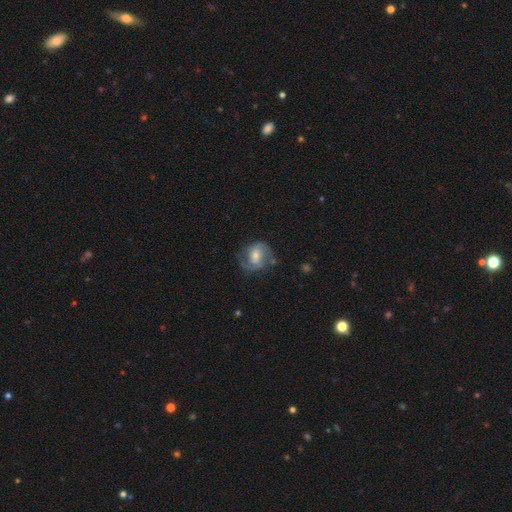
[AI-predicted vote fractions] featured or disk 71%, smooth 22%, star or artifact 6%. Down the decision tree: edge-on disk — no (97%); bar — weak (43%); spiral arms — yes (89%); spiral arm count — 2 (79%); spiral winding — medium (49%); bulge size — moderate (47%); merging — none (61%).